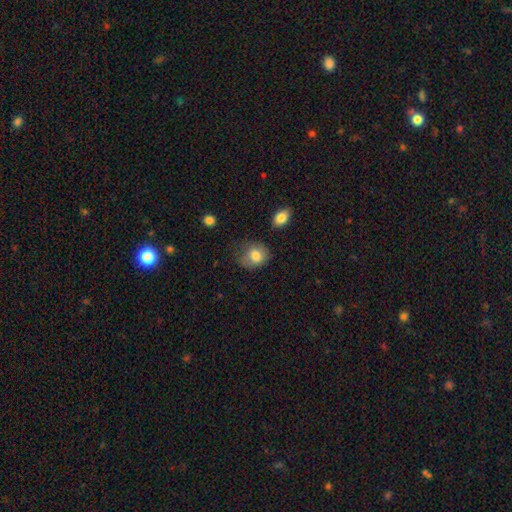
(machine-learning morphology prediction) smooth 79%, featured or disk 13%, star or artifact 8%. Down the decision tree: how rounded — round (59%); merging — none (56%).